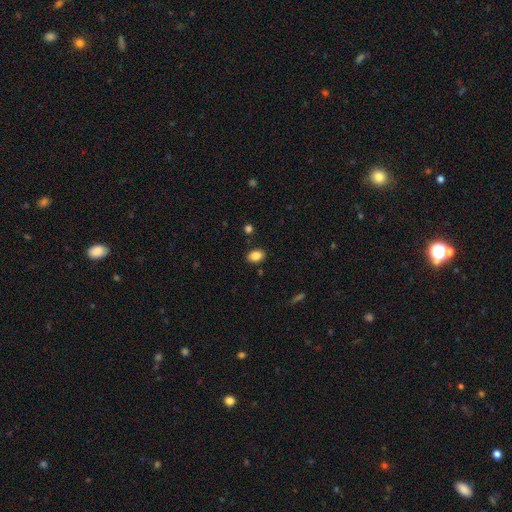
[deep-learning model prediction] Q: Smooth or featured?
A: smooth (86%); runner-up: star or artifact (9%)
Q: How rounded?
A: in between (81%); runner-up: round (17%)
Q: Merging?
A: none (87%); runner-up: minor disturbance (9%)